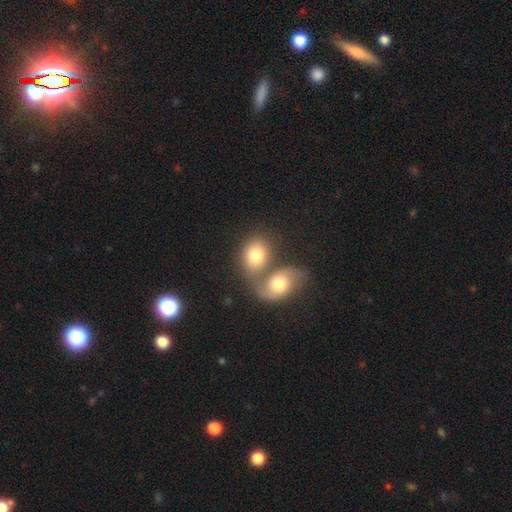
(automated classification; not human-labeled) Q: Smooth or featured?
A: smooth (72%); runner-up: featured or disk (21%)
Q: How rounded?
A: in between (57%); runner-up: round (42%)
Q: Merging?
A: merger (60%); runner-up: none (28%)